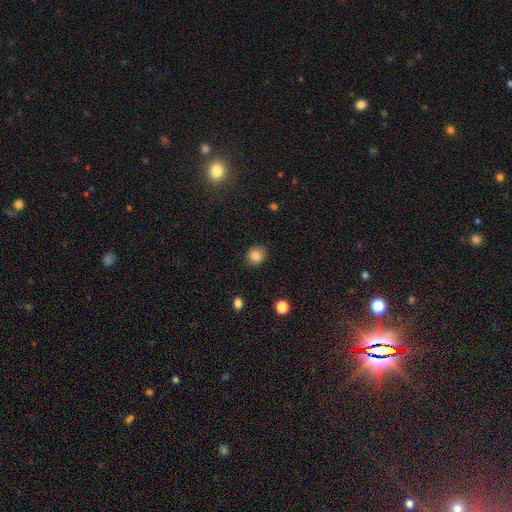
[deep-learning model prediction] This is clearly a smooth galaxy (84%). How rounded: likely round (73%). Merging: clearly none (86%).